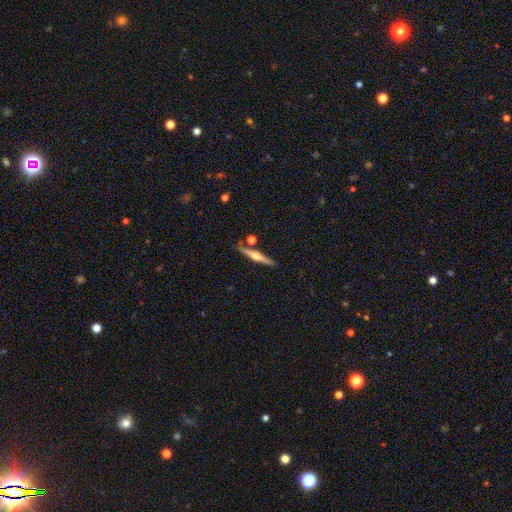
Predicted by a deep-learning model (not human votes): This appears to be a featured or disk galaxy (71%) viewed edge-on (98%) with a rounded central bulge (92%). Merging: none (83%).